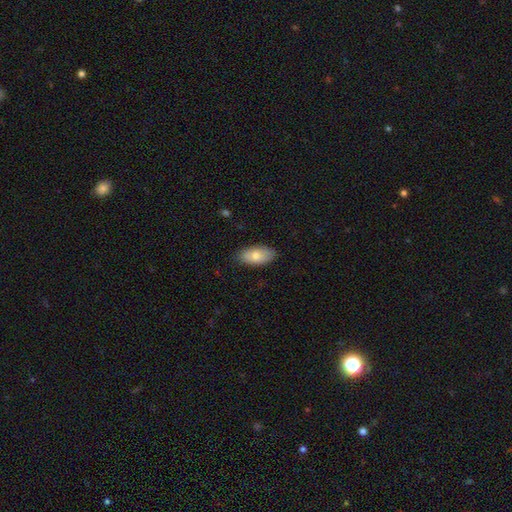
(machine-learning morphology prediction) Smooth or featured?
  - smooth: 80% *
  - featured or disk: 14%
  - star or artifact: 6%
How rounded?
  - in between: 91% *
  - cigar-shaped: 6%
  - round: 3%
Merging?
  - none: 85% *
  - minor disturbance: 12%
  - major disturbance: 2%
  - merger: 1%